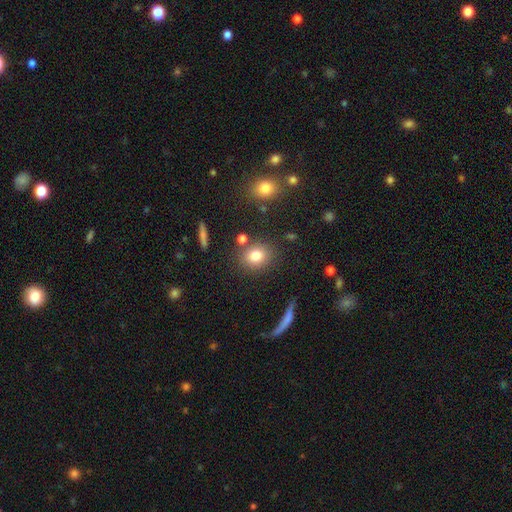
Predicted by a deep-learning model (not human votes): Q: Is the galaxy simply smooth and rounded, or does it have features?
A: smooth — 80%.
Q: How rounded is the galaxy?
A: round — 65%.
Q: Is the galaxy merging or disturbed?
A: none — 78%.